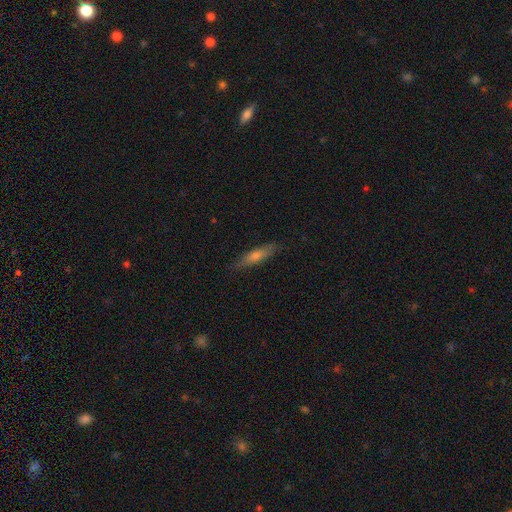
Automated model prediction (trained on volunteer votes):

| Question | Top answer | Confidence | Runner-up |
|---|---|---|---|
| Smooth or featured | smooth | 57% | featured or disk (36%) |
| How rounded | cigar-shaped | 80% | in between (18%) |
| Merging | none | 85% | minor disturbance (12%) |